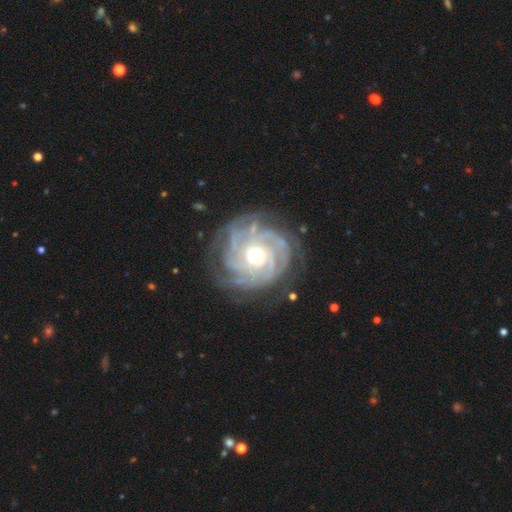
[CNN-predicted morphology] smooth_or_featured: featured or disk (p=0.91) [alt: star or artifact p=0.05]
disk_edge_on: no (p=0.98) [alt: yes p=0.02]
bar: no (p=0.76) [alt: weak p=0.18]
has_spiral_arms: yes (p=0.98) [alt: no p=0.02]
spiral_winding: tight (p=0.78) [alt: medium p=0.19]
spiral_arm_count: 4 (p=0.23) [alt: can't tell p=0.22]
bulge_size: moderate (p=0.65) [alt: small p=0.21]
merging: none (p=0.78) [alt: minor disturbance p=0.15]